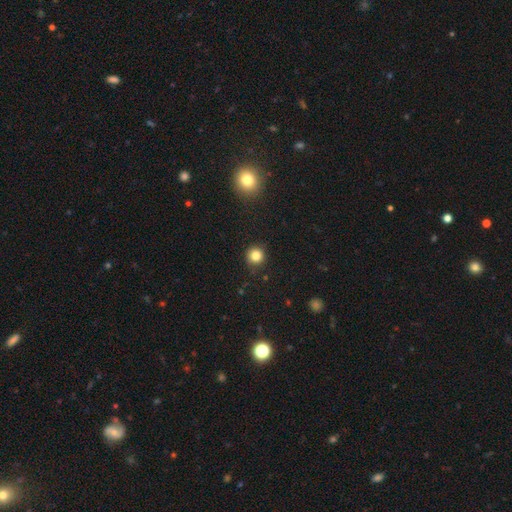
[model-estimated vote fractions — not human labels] smooth 83%, star or artifact 12%, featured or disk 5%. Down the decision tree: how rounded — round (94%); merging — none (89%).